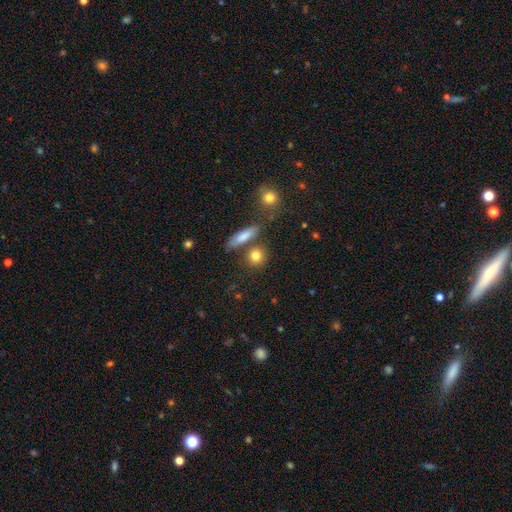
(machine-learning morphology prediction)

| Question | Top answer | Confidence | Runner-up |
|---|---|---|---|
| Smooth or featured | smooth | 82% | featured or disk (9%) |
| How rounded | round | 73% | in between (19%) |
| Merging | none | 74% | merger (12%) |